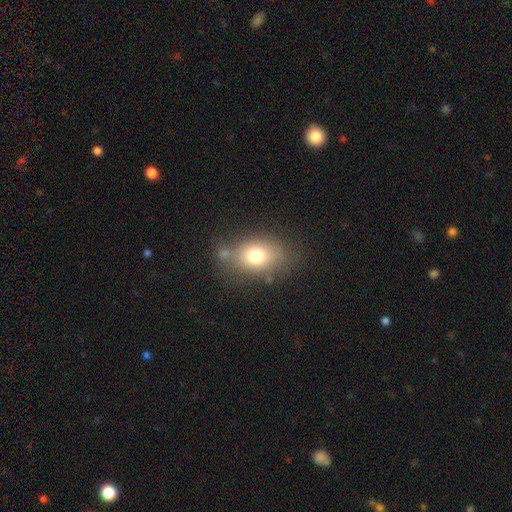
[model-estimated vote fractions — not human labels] Q: Smooth or featured?
A: smooth (74%); runner-up: featured or disk (14%)
Q: How rounded?
A: in between (71%); runner-up: round (28%)
Q: Merging?
A: none (68%); runner-up: minor disturbance (17%)